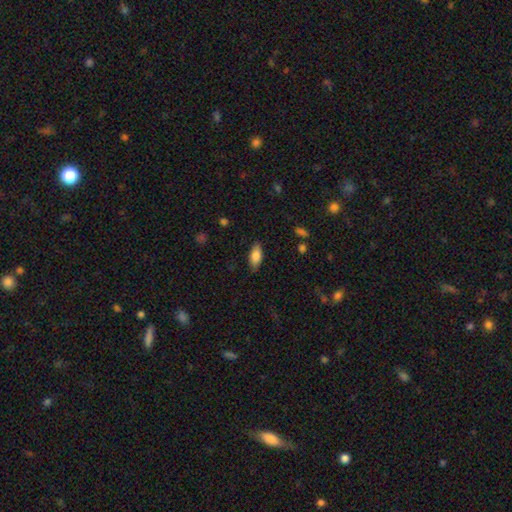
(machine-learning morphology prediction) Smooth or featured: smooth — 81% (featured or disk — 12%)
How rounded: in between — 85% (cigar-shaped — 13%)
Merging: none — 84% (minor disturbance — 12%)